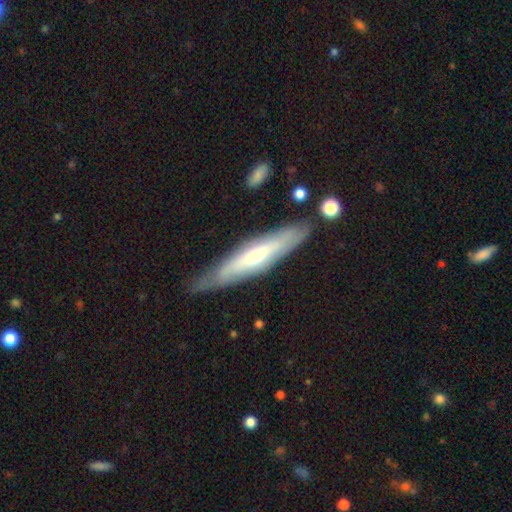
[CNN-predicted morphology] type=featured or disk (63%); edge-on=yes (66%); merging=none (78%).